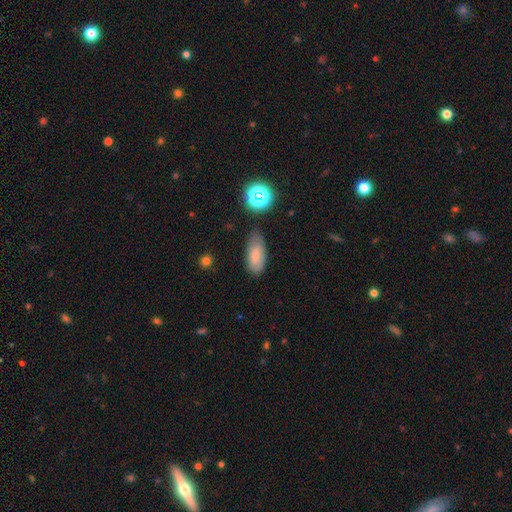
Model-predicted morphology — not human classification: type=smooth (77%); roundness=in between (83%); merging=none (68%).